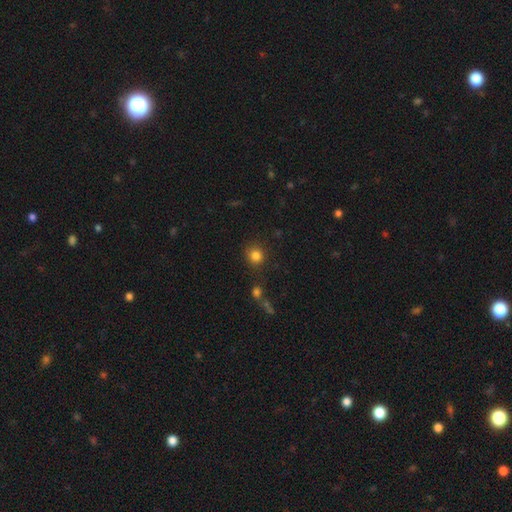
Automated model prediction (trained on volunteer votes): smooth-or-featured: smooth: 83% | star or artifact: 12% | featured or disk: 5%
  how-rounded: round: 88% | in between: 11% | cigar-shaped: 1%
  merging: none: 81% | minor disturbance: 10% | merger: 5% | major disturbance: 4%